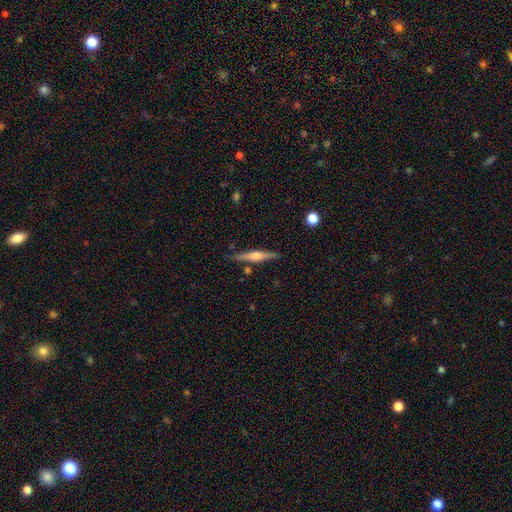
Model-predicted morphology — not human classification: A featured or disk galaxy (68%) viewed edge-on (98%) with a rounded central bulge (83%).

Vote fractions:
- Smooth or featured? featured or disk: 68% / smooth: 26% / star or artifact: 6%
- Edge-on disk? yes: 98% / no: 2%
- Edge-on bulge? rounded: 83% / boxy: 11% / none: 6%
- Merging? none: 85% / minor disturbance: 9% / merger: 3% / major disturbance: 2%